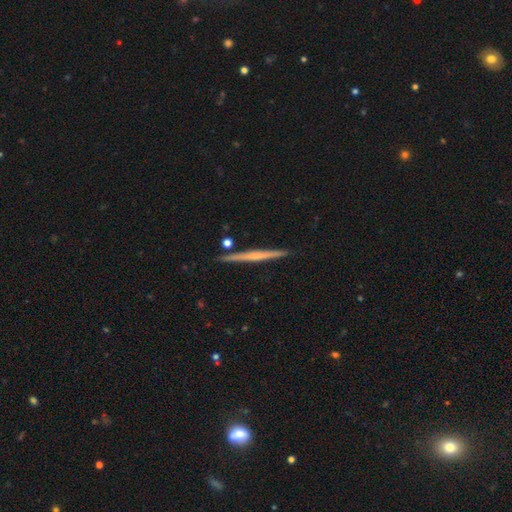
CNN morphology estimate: This appears to be a featured or disk galaxy (61%) viewed edge-on (98%) with no central bulge (69%). Merging: none (90%).